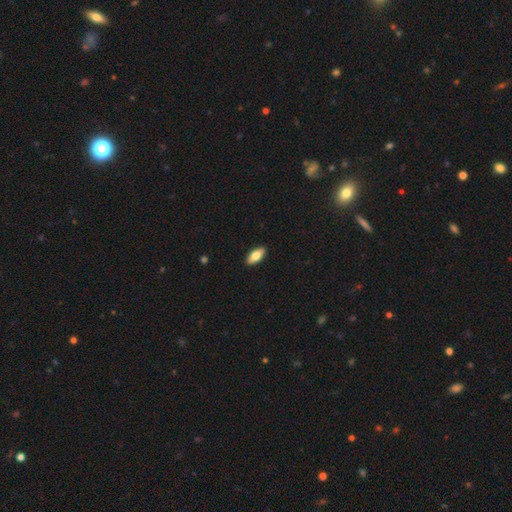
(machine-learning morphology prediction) A smooth galaxy with no disk features (74%) that is in between round and cigar-shaped (84%). Merging: none (91%).